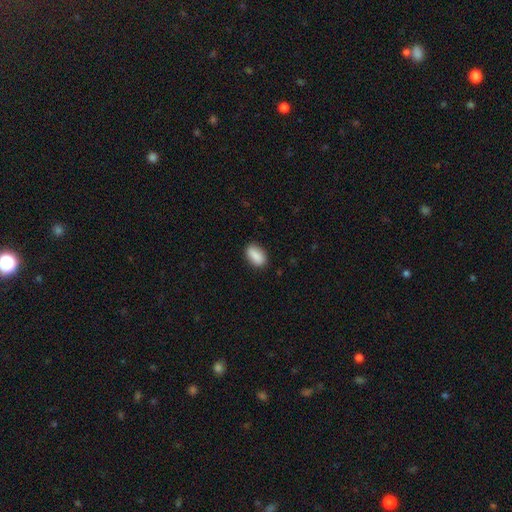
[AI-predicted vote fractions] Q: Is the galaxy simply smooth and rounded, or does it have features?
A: smooth — 88%.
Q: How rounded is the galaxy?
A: in between — 90%.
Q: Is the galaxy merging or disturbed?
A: none — 87%.